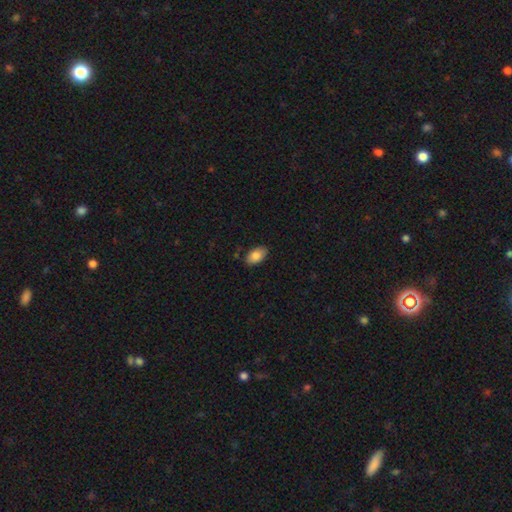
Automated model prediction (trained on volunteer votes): A smooth galaxy with no disk features (84%) that is in between round and cigar-shaped (93%).

Vote fractions:
- Smooth or featured? smooth: 84% / featured or disk: 9% / star or artifact: 7%
- How rounded? in between: 93% / round: 6% / cigar-shaped: 2%
- Merging? none: 85% / minor disturbance: 12% / major disturbance: 2% / merger: 1%